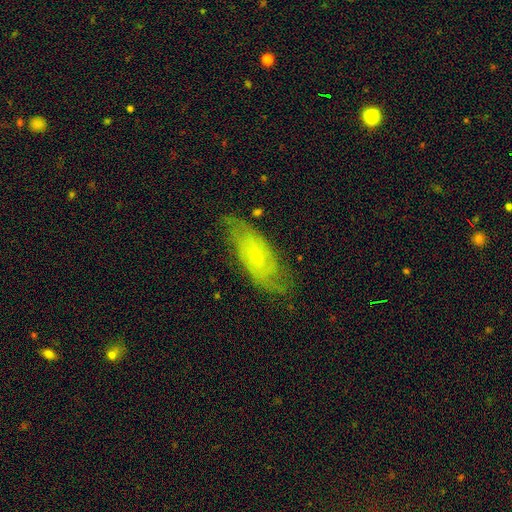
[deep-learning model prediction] Morphology: type=featured or disk (72%); edge-on=no (89%); bar=weak (47%); spiral arms=yes (90%); winding=tight (44%); arm count=2 (51%); bulge=small (67%); merging=none (72%).